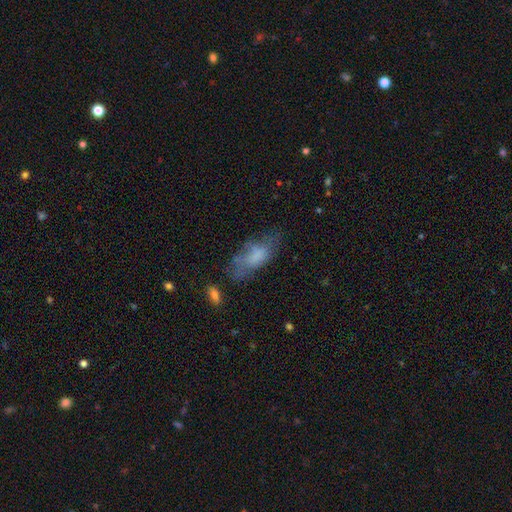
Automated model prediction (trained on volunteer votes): This is likely a smooth galaxy (60%). How rounded: clearly in between (83%). Merging: possibly none (45%).